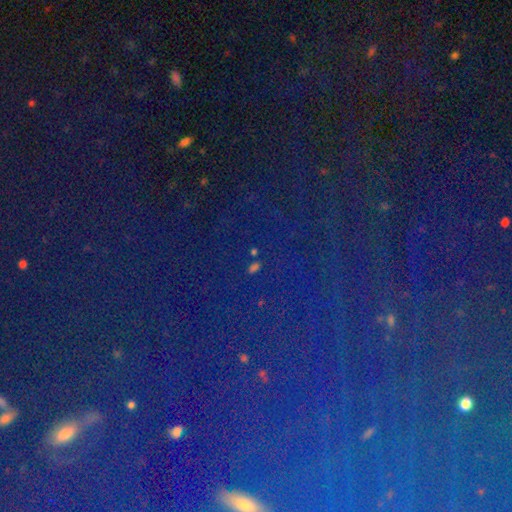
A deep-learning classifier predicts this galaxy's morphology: Smooth or featured?
  - star or artifact: 79% *
  - smooth: 12%
  - featured or disk: 9%